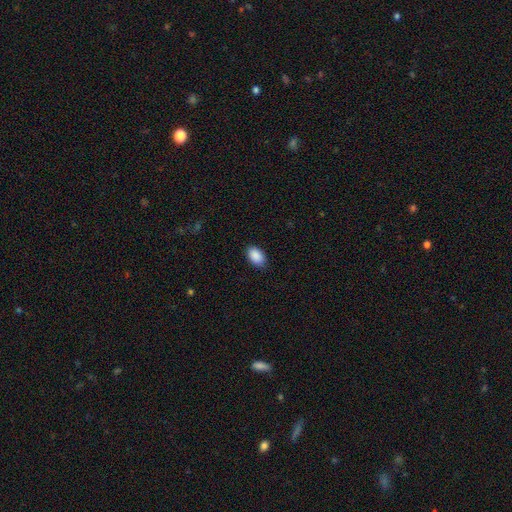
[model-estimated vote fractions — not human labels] Smooth or featured: smooth — 90% (star or artifact — 7%)
How rounded: in between — 91% (round — 7%)
Merging: none — 85% (minor disturbance — 12%)